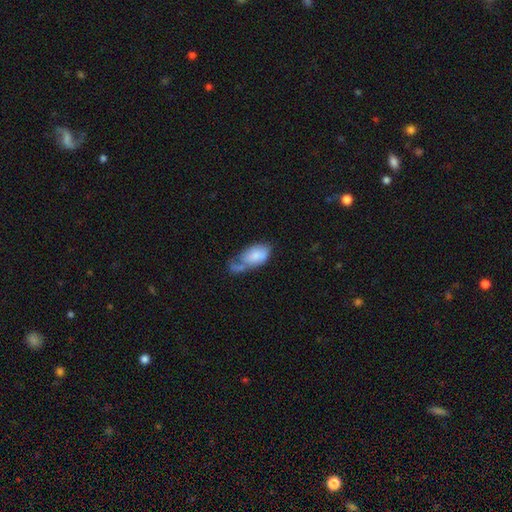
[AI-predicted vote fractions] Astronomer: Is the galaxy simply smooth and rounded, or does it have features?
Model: smooth — 74%.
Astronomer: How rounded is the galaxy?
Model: in between — 93%.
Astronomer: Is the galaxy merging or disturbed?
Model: merger — 28% (runner-up: minor disturbance, 26%).